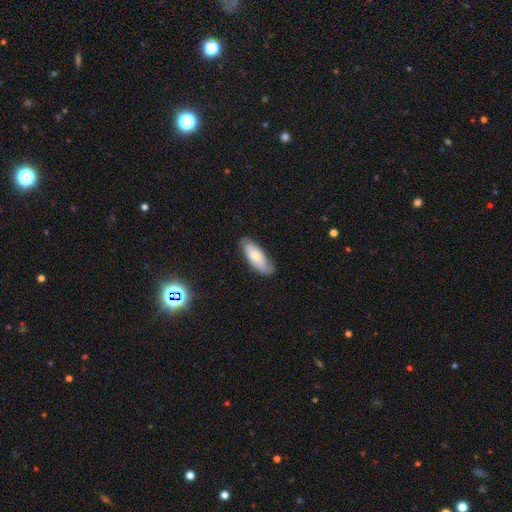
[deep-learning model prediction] Smooth or featured? Predicted: smooth (p=0.62). How rounded? Predicted: in between (p=0.76). Merging? Predicted: none (p=0.75).